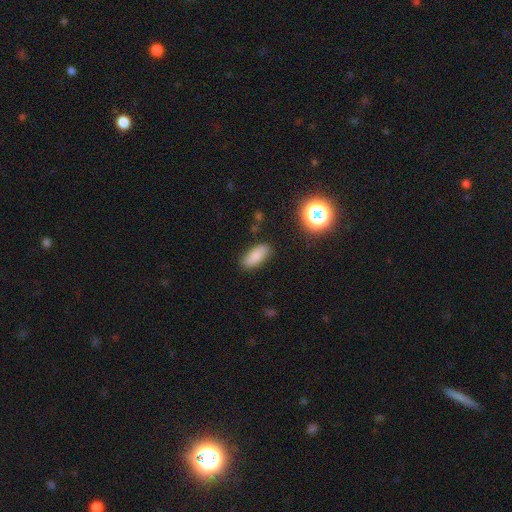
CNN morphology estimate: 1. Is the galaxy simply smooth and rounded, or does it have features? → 80% smooth, 10% star or artifact, 10% featured or disk.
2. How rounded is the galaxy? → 82% in between, 15% cigar-shaped, 3% round.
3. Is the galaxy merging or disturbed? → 83% none, 12% minor disturbance, 3% major disturbance, 2% merger.